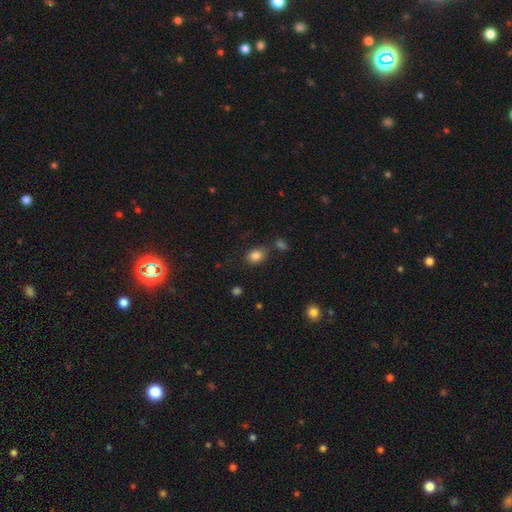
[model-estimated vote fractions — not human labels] Smooth or featured? Predicted: smooth (p=0.85). How rounded? Predicted: in between (p=0.63). Merging? Predicted: none (p=0.72).